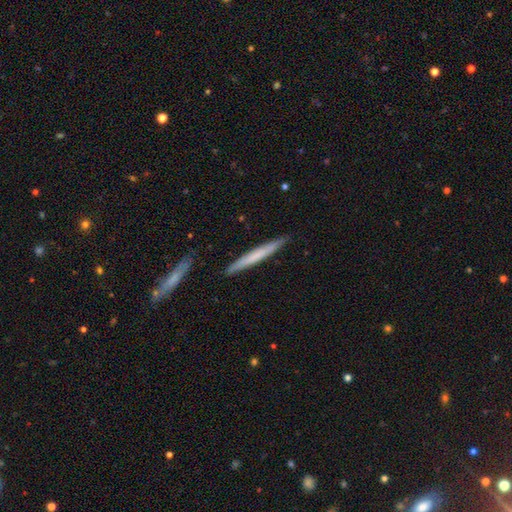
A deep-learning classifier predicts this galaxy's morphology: The model was most divided on "smooth or featured": smooth: 58%, featured or disk: 37%, star or artifact: 5%. More confident: how rounded — cigar-shaped (97%); merging — none (90%).